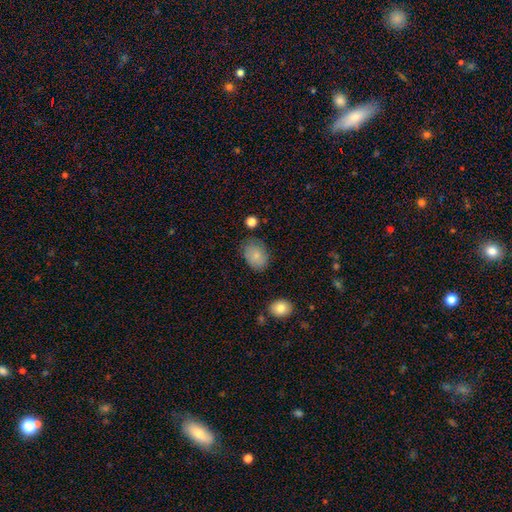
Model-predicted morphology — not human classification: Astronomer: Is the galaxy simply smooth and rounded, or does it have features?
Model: smooth — 80%.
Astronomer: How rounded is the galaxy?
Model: in between — 68%.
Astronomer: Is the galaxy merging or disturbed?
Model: none — 73%.